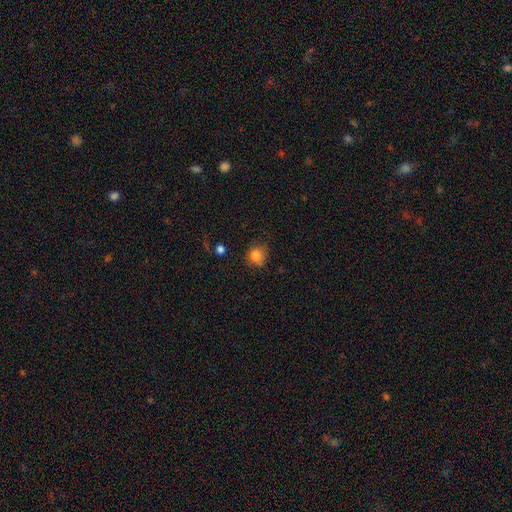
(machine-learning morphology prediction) smooth_or_featured: smooth (p=0.81) [alt: star or artifact p=0.12]
how_rounded: round (p=0.81) [alt: in between p=0.18]
merging: none (p=0.70) [alt: minor disturbance p=0.21]